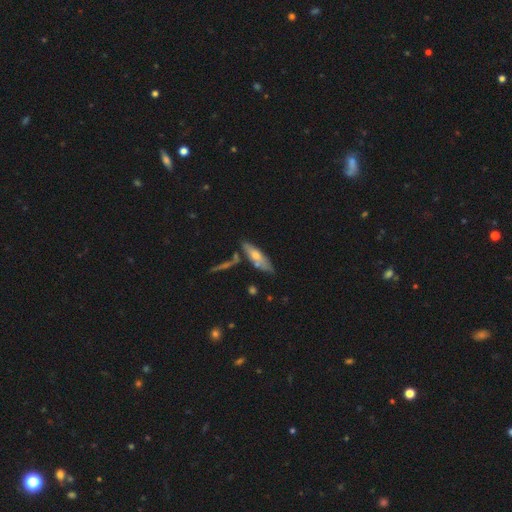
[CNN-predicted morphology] Overall: smooth (51%; featured or disk 41%). How rounded: cigar-shaped (51%; in between 46%). Merging: none (61%).